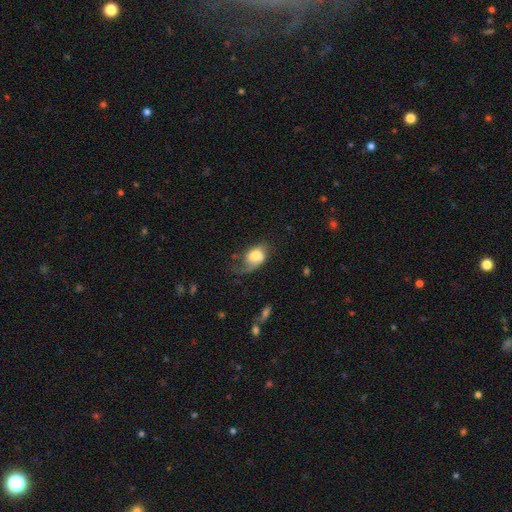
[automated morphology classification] A smooth galaxy with no disk features (56%) that is in between round and cigar-shaped (80%).

Vote fractions:
- Smooth or featured? smooth: 56% / featured or disk: 36% / star or artifact: 8%
- How rounded? in between: 80% / round: 18% / cigar-shaped: 2%
- Merging? major disturbance: 35% / none: 30% / minor disturbance: 27% / merger: 7%